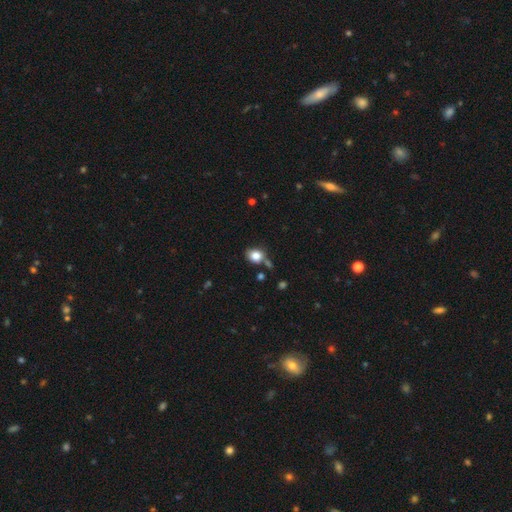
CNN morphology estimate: smooth_or_featured: smooth (p=0.82) [alt: star or artifact p=0.10]
how_rounded: round (p=0.50) [alt: in between p=0.49]
merging: none (p=0.63) [alt: minor disturbance p=0.19]